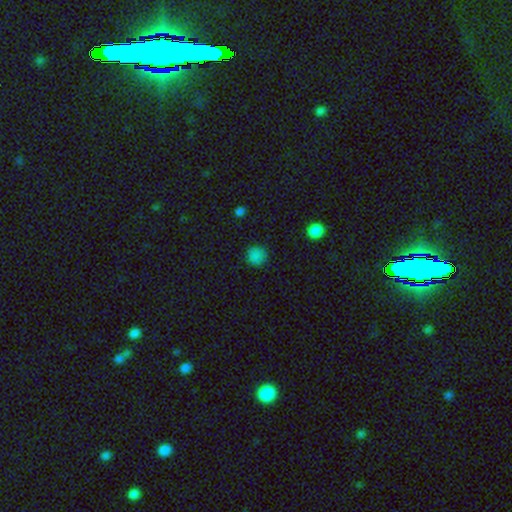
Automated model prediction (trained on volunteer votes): Q: Smooth or featured?
A: smooth (83%); runner-up: star or artifact (14%)
Q: How rounded?
A: round (92%); runner-up: in between (7%)
Q: Merging?
A: none (89%); runner-up: minor disturbance (8%)